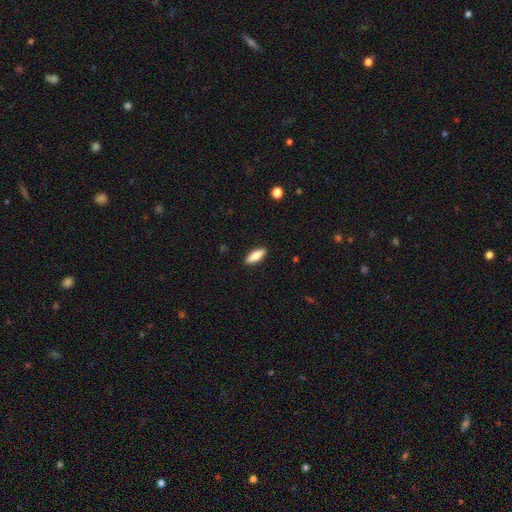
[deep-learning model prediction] Smooth or featured?
  - smooth: 77% *
  - featured or disk: 17%
  - star or artifact: 6%
How rounded?
  - in between: 61% *
  - cigar-shaped: 37%
  - round: 2%
Merging?
  - none: 89% *
  - minor disturbance: 8%
  - major disturbance: 2%
  - merger: 1%